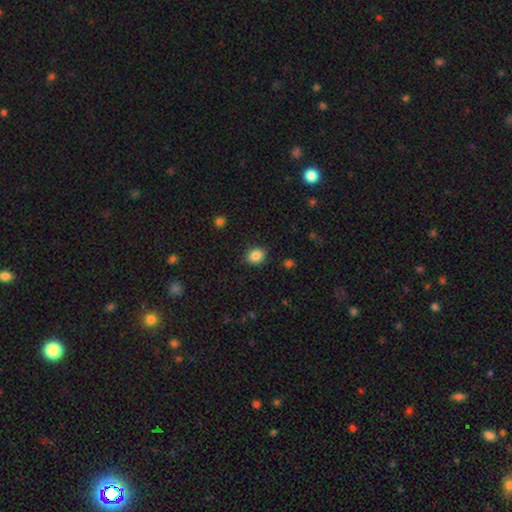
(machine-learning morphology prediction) type=smooth (86%); roundness=round (53%); merging=none (89%).